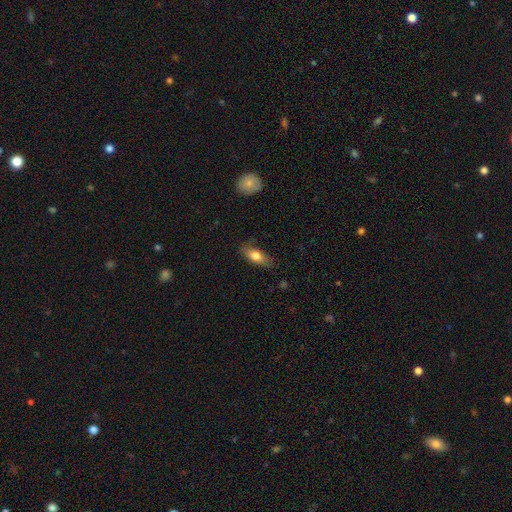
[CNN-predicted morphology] The model was most divided on "how rounded": in between: 75%, cigar-shaped: 22%, round: 3%. More confident: merging — none (78%); smooth or featured — smooth (75%).